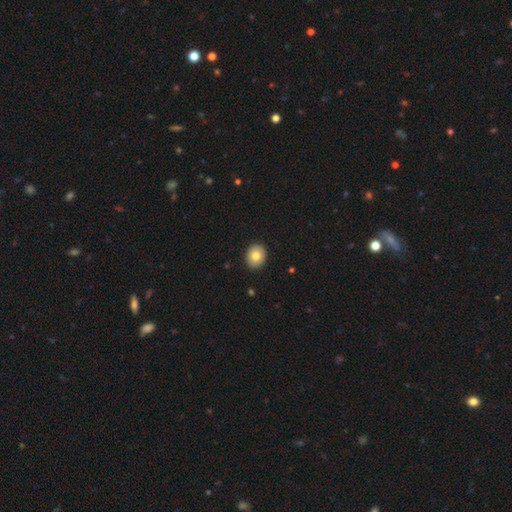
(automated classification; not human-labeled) This is clearly a smooth galaxy (80%). How rounded: possibly round (56%). Merging: clearly none (91%).